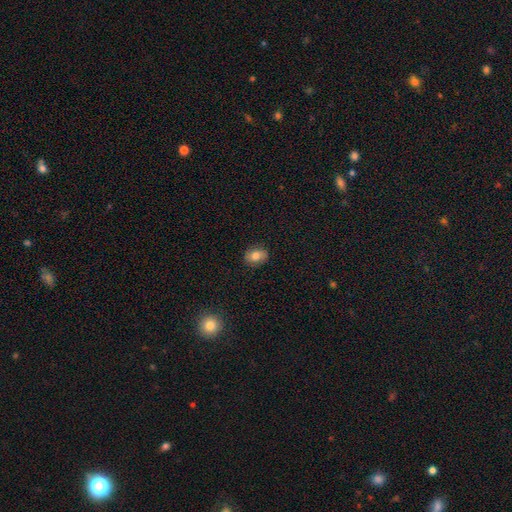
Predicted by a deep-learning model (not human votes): This is likely a smooth galaxy (77%). How rounded: likely in between (67%). Merging: clearly none (86%).